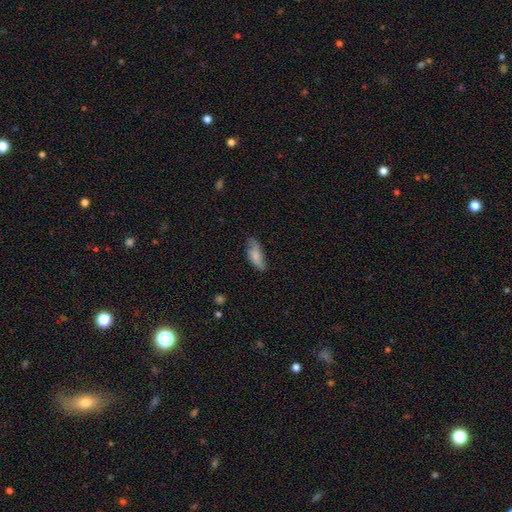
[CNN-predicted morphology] Smooth or featured: smooth — 73% (featured or disk — 20%)
How rounded: in between — 73% (cigar-shaped — 24%)
Merging: none — 57% (minor disturbance — 32%)